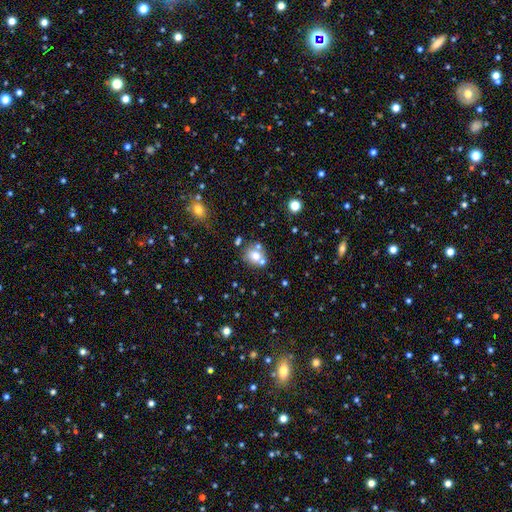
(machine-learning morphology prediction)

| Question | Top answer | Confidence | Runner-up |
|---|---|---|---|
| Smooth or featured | smooth | 69% | featured or disk (18%) |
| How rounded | round | 77% | in between (22%) |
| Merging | none | 58% | merger (27%) |